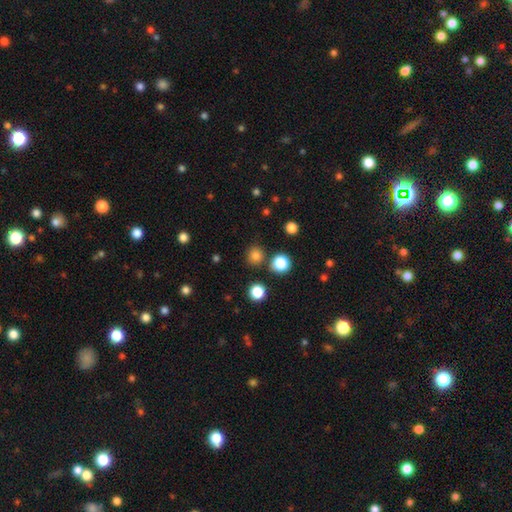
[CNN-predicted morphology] type=smooth (79%); roundness=round (88%); merging=none (83%).